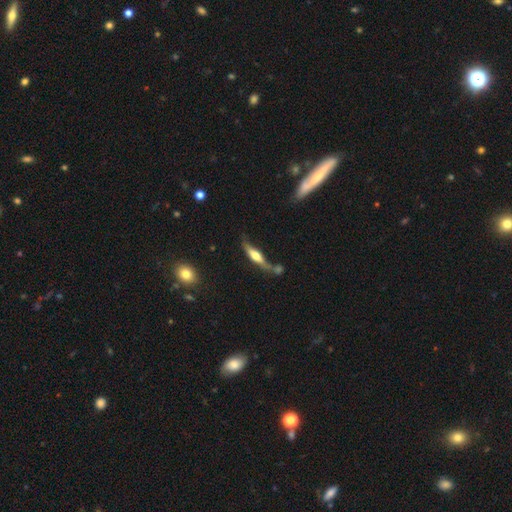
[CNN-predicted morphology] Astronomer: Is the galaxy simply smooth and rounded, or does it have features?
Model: featured or disk — 57% (runner-up: smooth, 37%).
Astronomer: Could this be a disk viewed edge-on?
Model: yes — 91%.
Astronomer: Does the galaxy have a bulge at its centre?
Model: rounded — 88%.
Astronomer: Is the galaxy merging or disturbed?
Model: none — 50%.